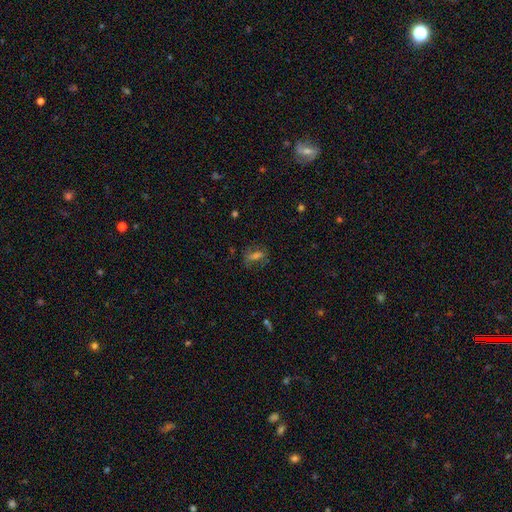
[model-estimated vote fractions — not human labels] A smooth galaxy with no disk features (43%). Merging: none (71%).